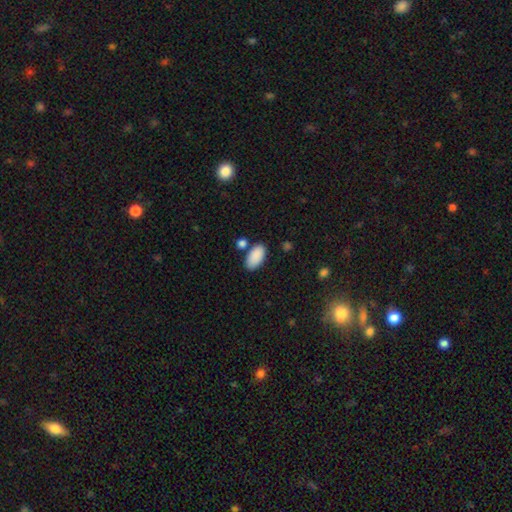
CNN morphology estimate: A smooth galaxy with no disk features (89%) that is in between round and cigar-shaped (95%).

Vote fractions:
- Smooth or featured? smooth: 89% / star or artifact: 7% / featured or disk: 4%
- How rounded? in between: 95% / round: 3% / cigar-shaped: 2%
- Merging? none: 76% / minor disturbance: 12% / merger: 9% / major disturbance: 3%